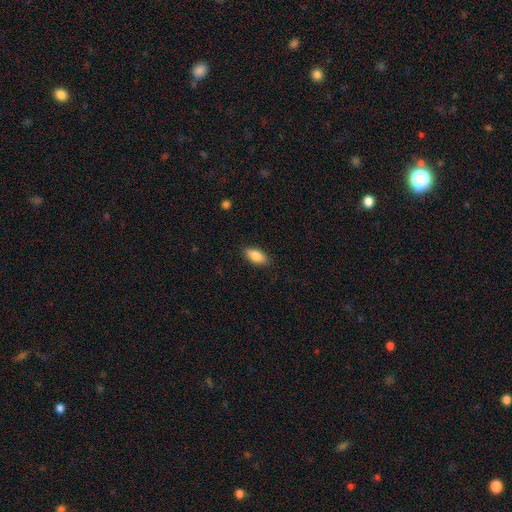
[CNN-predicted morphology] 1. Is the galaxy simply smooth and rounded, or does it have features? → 86% smooth, 8% featured or disk, 7% star or artifact.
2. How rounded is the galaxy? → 89% in between, 8% cigar-shaped, 3% round.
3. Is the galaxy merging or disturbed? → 87% none, 10% minor disturbance, 2% major disturbance, 1% merger.